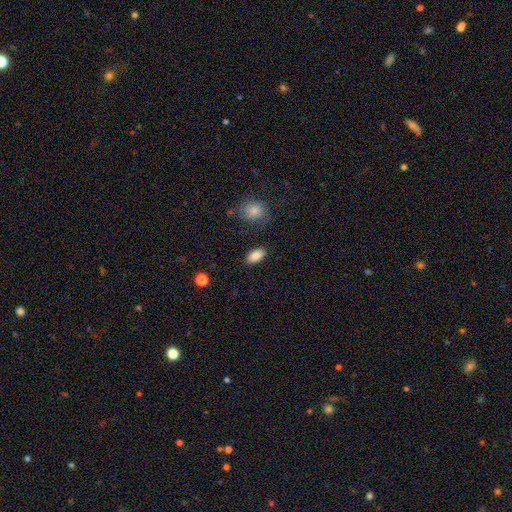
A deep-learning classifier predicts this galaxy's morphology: A smooth galaxy with no disk features (87%) that is in between round and cigar-shaped (92%).

Vote fractions:
- Smooth or featured? smooth: 87% / star or artifact: 8% / featured or disk: 5%
- How rounded? in between: 92% / round: 5% / cigar-shaped: 3%
- Merging? none: 86% / minor disturbance: 9% / major disturbance: 3% / merger: 2%